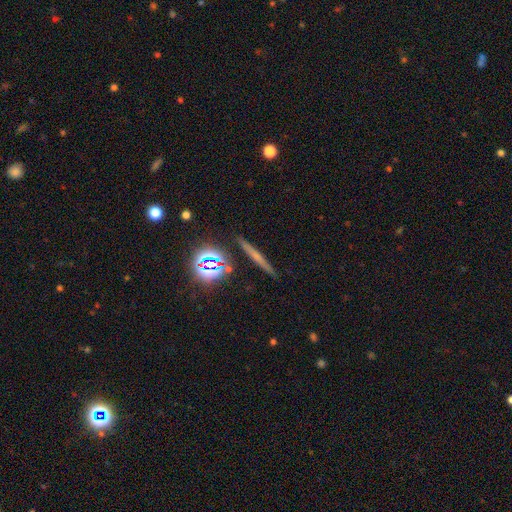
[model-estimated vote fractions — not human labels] smooth_or_featured: smooth (p=0.41) [alt: featured or disk p=0.39]
merging: none (p=0.89) [alt: minor disturbance p=0.07]